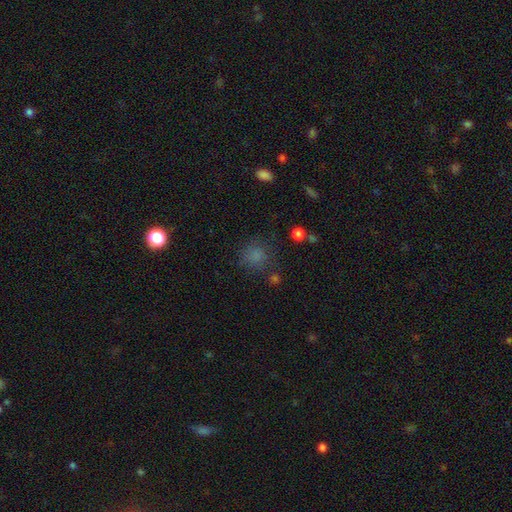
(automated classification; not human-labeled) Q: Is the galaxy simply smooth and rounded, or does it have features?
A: smooth — 74%.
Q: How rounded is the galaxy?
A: round — 83%.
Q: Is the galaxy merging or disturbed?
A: none — 72%.